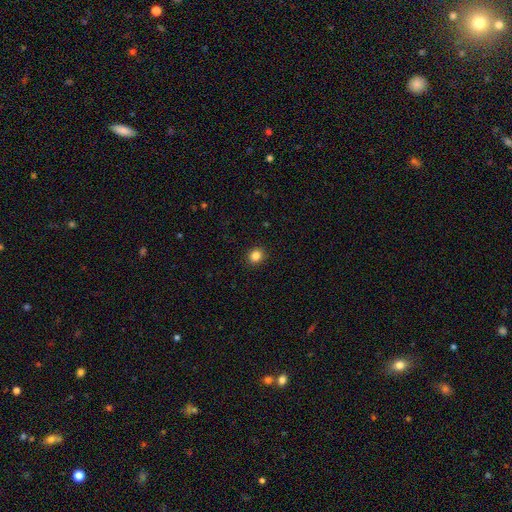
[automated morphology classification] smooth 85%, star or artifact 11%, featured or disk 4%. Down the decision tree: how rounded — round (76%); merging — none (91%).